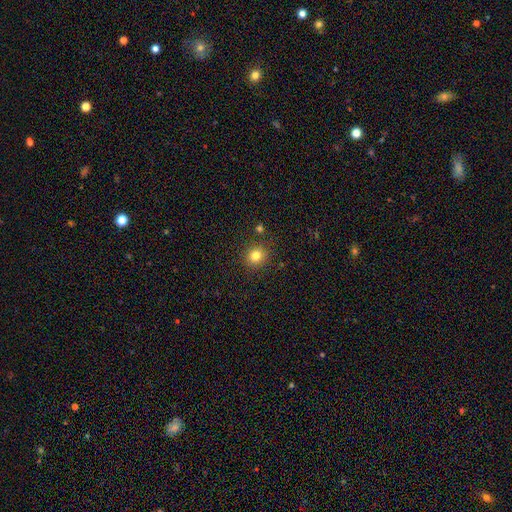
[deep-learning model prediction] Q: Smooth or featured?
A: smooth (80%); runner-up: star or artifact (13%)
Q: How rounded?
A: round (85%); runner-up: in between (14%)
Q: Merging?
A: none (87%); runner-up: minor disturbance (7%)